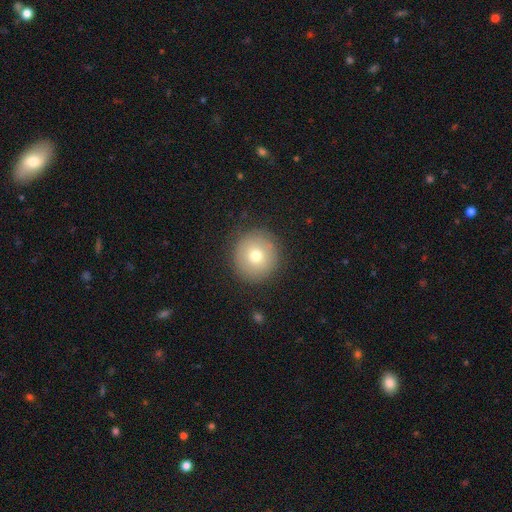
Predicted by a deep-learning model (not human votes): Morphology: type=smooth (72%); roundness=round (94%); merging=none (89%).